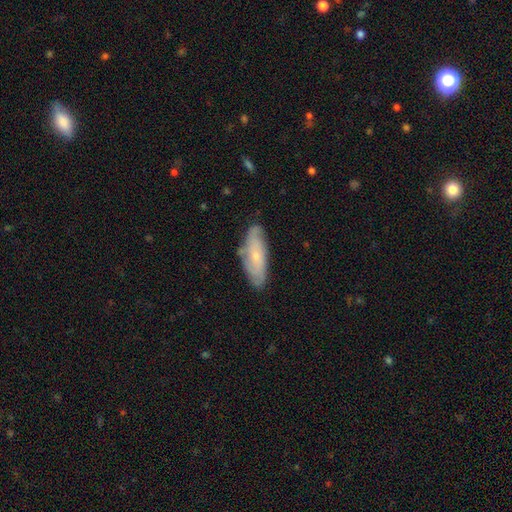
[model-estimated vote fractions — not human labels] smooth_or_featured: featured or disk (p=0.49) [alt: smooth p=0.44]
merging: none (p=0.76) [alt: minor disturbance p=0.19]